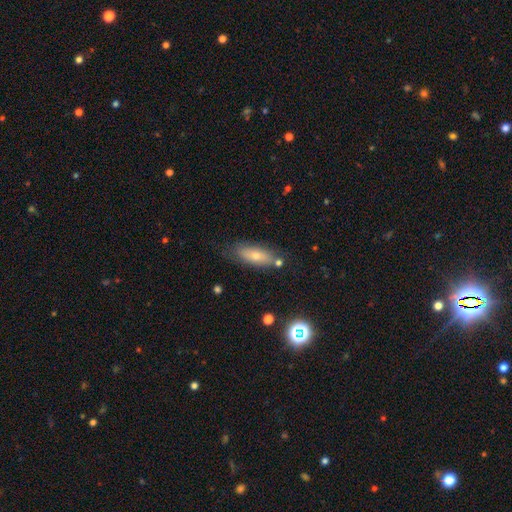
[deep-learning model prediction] The model was most divided on "how rounded": in between: 69%, cigar-shaped: 28%, round: 3%. More confident: merging — none (70%); smooth or featured — smooth (70%).